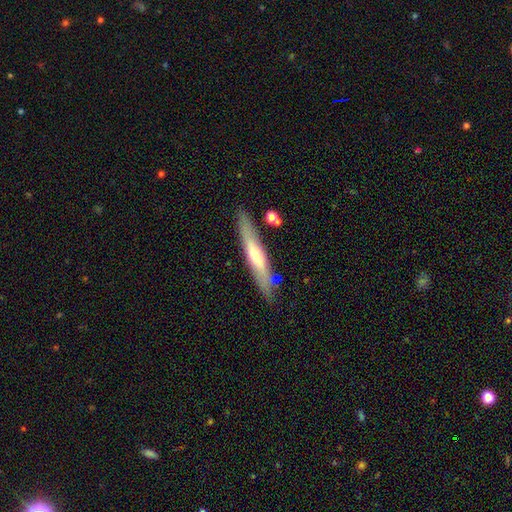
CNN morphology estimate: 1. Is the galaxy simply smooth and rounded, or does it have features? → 54% featured or disk, 40% smooth, 6% star or artifact.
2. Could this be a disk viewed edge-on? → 85% yes, 15% no.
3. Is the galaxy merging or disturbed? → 78% none, 15% minor disturbance, 4% merger, 3% major disturbance.